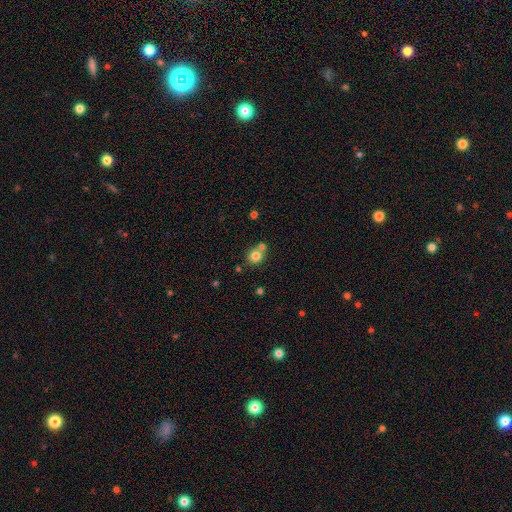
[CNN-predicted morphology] The model was most divided on "merging": none: 62%, merger: 26%, minor disturbance: 9%, major disturbance: 3%. More confident: how rounded — round (85%); smooth or featured — smooth (80%).